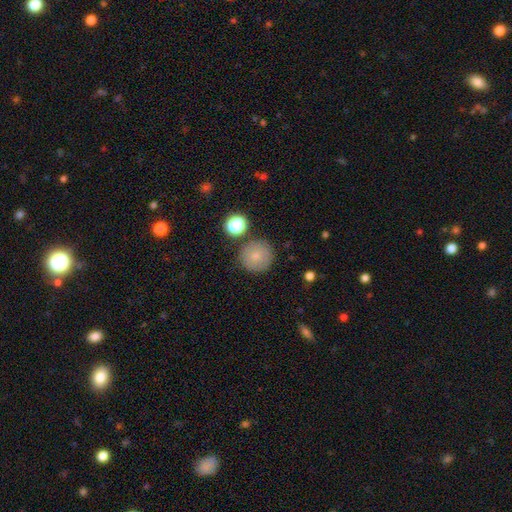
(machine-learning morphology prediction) This appears to be a smooth galaxy with no disk features (79%) that is round (95%). Merging: none (81%).